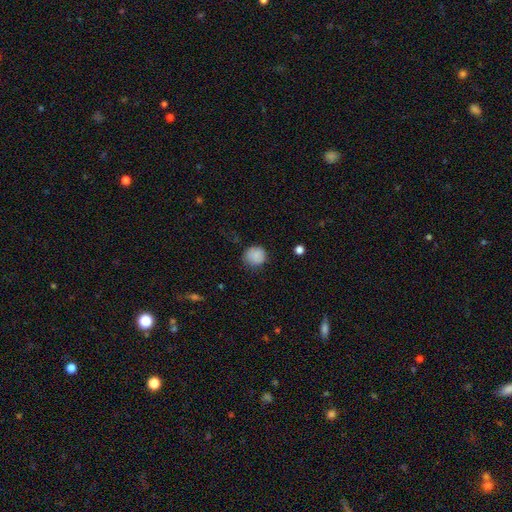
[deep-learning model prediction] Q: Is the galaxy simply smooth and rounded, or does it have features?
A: smooth — 84%.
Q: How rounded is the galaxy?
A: round — 83%.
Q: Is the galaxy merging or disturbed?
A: none — 71%.